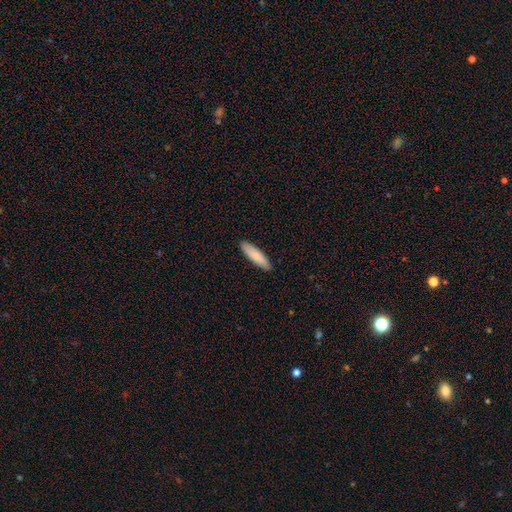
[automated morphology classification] A smooth galaxy with no disk features (84%) that is cigar-shaped (70%). Merging: none (91%).